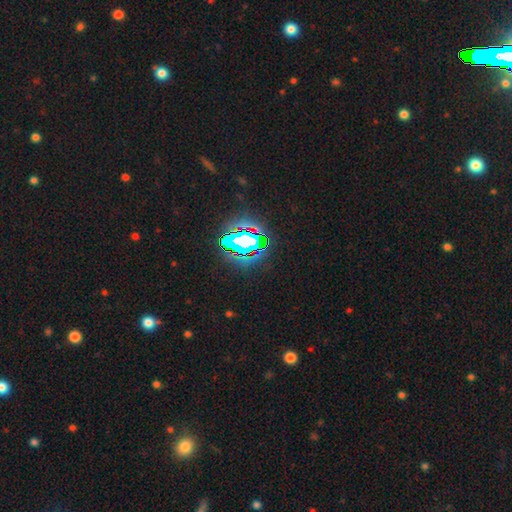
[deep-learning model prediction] The model was most divided on "smooth or featured": star or artifact: 83%, smooth: 10%, featured or disk: 7%.